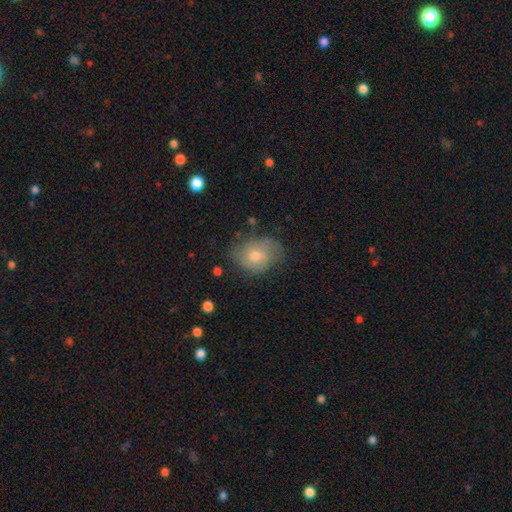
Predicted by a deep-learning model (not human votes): smooth-or-featured: smooth: 53% | featured or disk: 37% | star or artifact: 10%
  how-rounded: in between: 53% | round: 46% | cigar-shaped: 1%
  merging: none: 67% | minor disturbance: 23% | major disturbance: 8% | merger: 2%